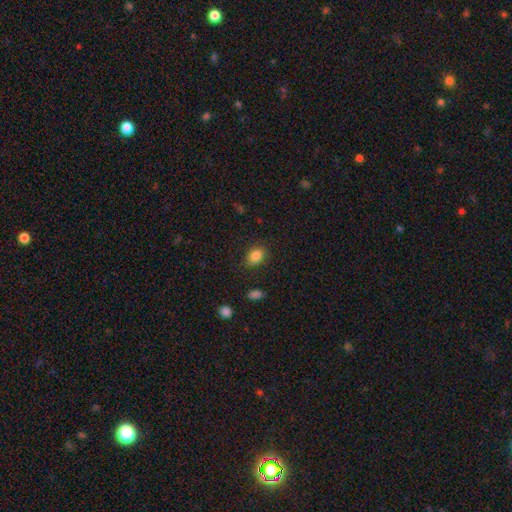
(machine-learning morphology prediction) type=smooth (84%); roundness=in between (65%); merging=none (84%).